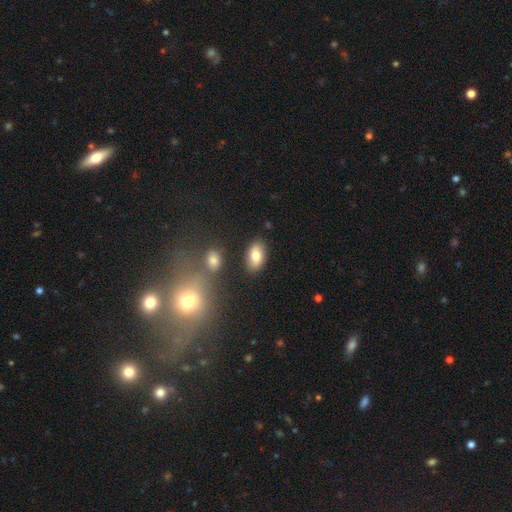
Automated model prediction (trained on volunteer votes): smooth-or-featured: smooth: 81% | featured or disk: 11% | star or artifact: 8%
  how-rounded: in between: 92% | round: 6% | cigar-shaped: 2%
  merging: none: 84% | minor disturbance: 10% | merger: 3% | major disturbance: 3%